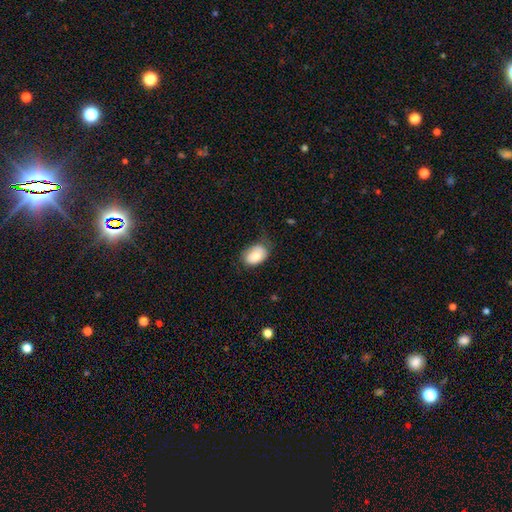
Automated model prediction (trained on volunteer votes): Morphology: type=smooth (79%); roundness=in between (84%); merging=none (57%).